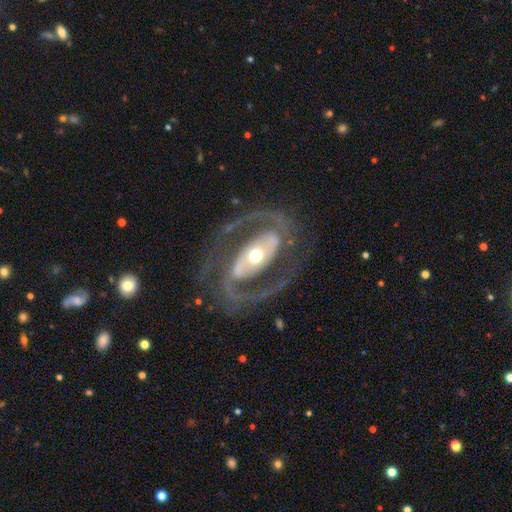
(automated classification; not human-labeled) This is clearly a featured or disk galaxy (89%). It is clearly not viewed edge-on (95%). Bar: marginally no (41%). Spiral arm pattern: clearly yes (89%). Spiral arm count: clearly 2 (90%). Spiral winding: possibly medium (50%). Central bulge: likely moderate (68%). Merging: likely none (75%).